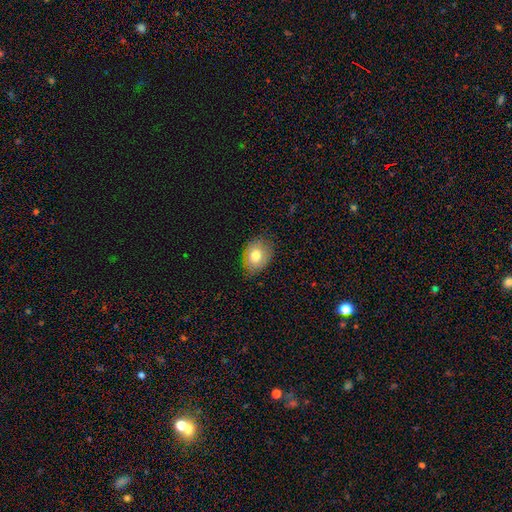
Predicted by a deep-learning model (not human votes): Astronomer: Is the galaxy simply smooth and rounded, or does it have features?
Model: smooth — 74%.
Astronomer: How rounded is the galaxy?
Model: in between — 62%.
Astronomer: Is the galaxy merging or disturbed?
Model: none — 76%.